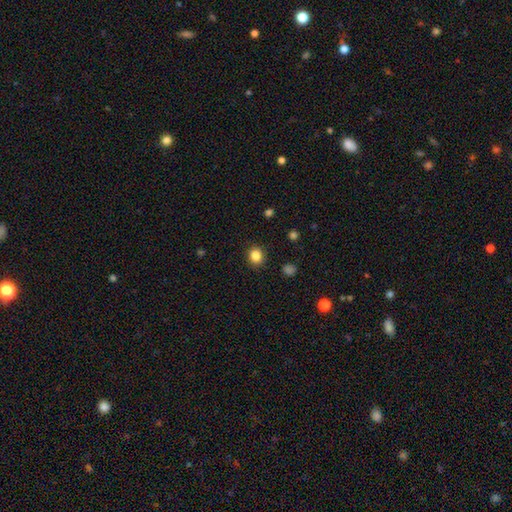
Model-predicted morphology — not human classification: Smooth or featured: smooth — 85% (star or artifact — 11%)
How rounded: round — 75% (in between — 24%)
Merging: none — 90% (minor disturbance — 7%)